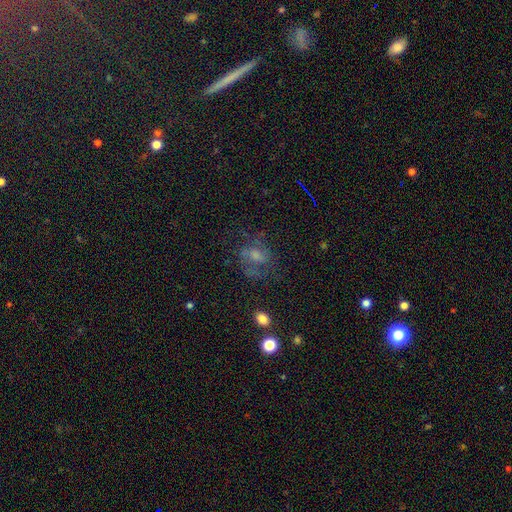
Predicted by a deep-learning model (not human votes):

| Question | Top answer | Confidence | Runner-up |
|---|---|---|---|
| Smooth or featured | featured or disk | 48% | smooth (36%) |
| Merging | none | 51% | major disturbance (25%) |